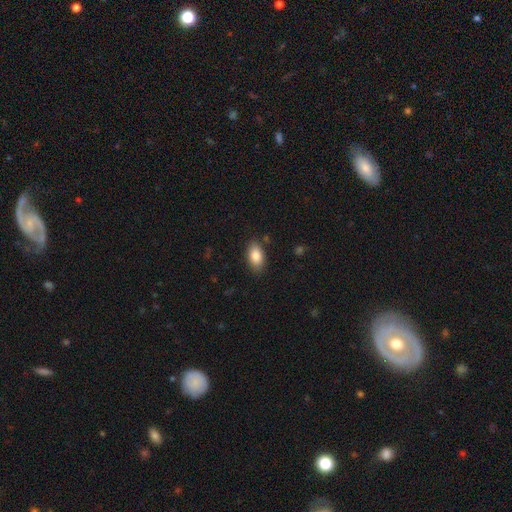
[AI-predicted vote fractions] This is clearly a smooth galaxy (86%). How rounded: clearly in between (92%). Merging: clearly none (84%).